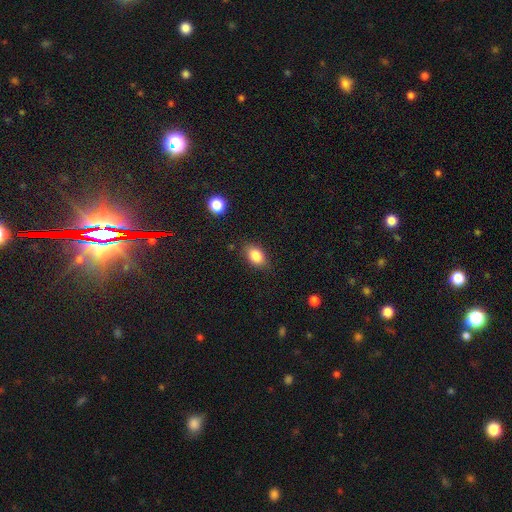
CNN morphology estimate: Smooth or featured? smooth (84%)
How rounded? in between (82%)
Merging? none (82%)